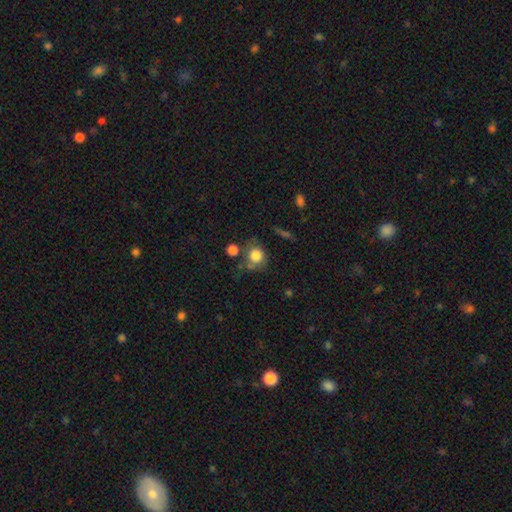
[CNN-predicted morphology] Smooth or featured? Predicted: smooth (p=0.81). How rounded? Predicted: round (p=0.82). Merging? Predicted: none (p=0.60).